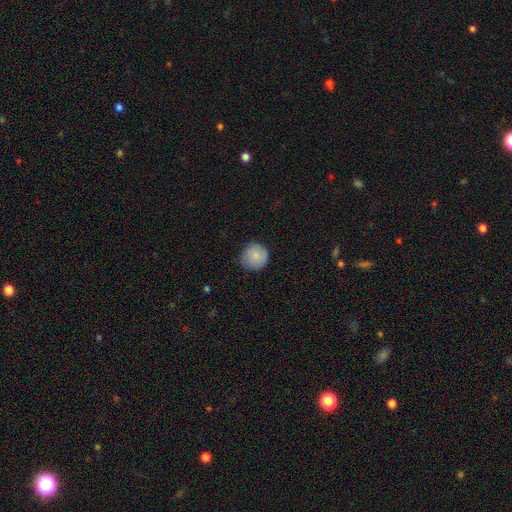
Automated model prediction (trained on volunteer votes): This is clearly a smooth galaxy (85%). How rounded: clearly round (92%). Merging: clearly none (81%).